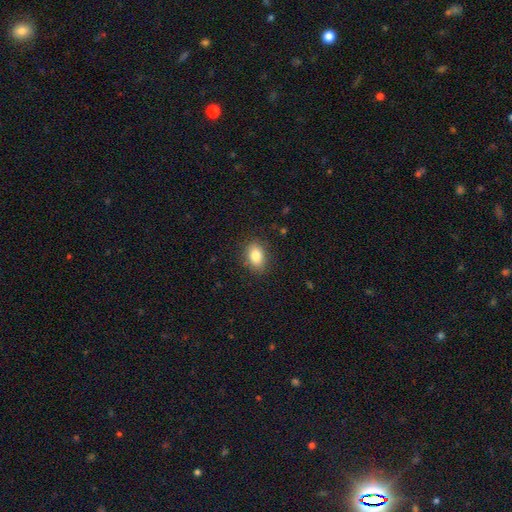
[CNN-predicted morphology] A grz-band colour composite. It shows a smooth galaxy with no disk features (83%) that is in between round and cigar-shaped (78%). Merging: none (87%).